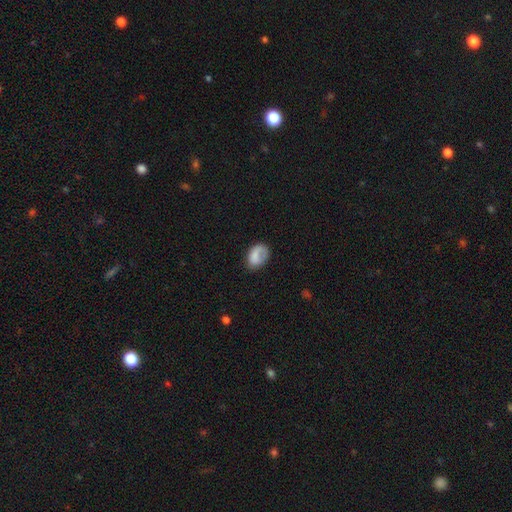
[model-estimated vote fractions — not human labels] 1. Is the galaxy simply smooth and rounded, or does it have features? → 76% smooth, 16% featured or disk, 7% star or artifact.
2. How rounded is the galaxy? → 81% in between, 18% round, 1% cigar-shaped.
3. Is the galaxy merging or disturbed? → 56% none, 27% minor disturbance, 15% major disturbance, 3% merger.